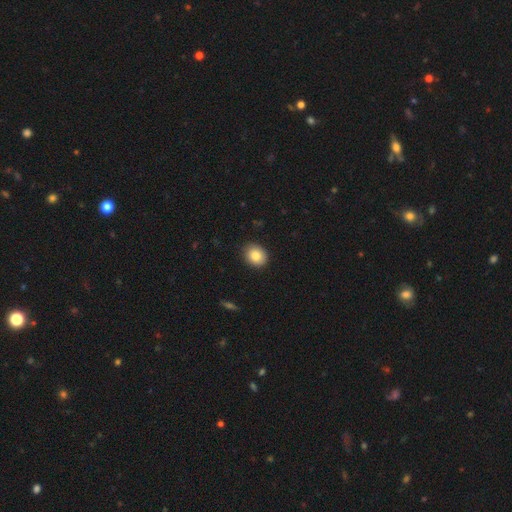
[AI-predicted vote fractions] Q: Smooth or featured?
A: smooth (84%); runner-up: star or artifact (8%)
Q: How rounded?
A: round (58%); runner-up: in between (41%)
Q: Merging?
A: none (88%); runner-up: minor disturbance (9%)